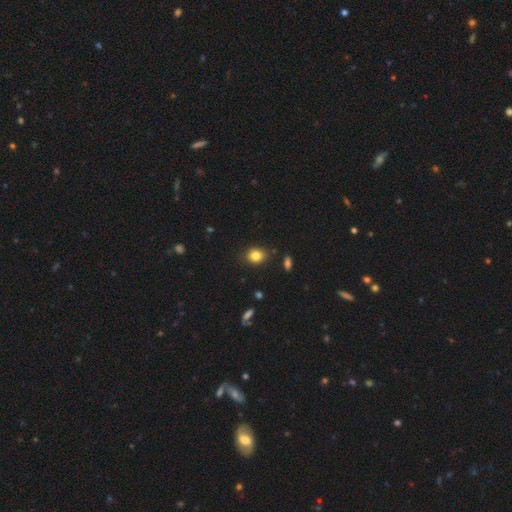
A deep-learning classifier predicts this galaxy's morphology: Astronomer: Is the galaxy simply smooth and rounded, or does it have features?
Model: smooth — 82%.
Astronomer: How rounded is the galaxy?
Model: round — 63%.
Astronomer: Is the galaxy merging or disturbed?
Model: none — 85%.